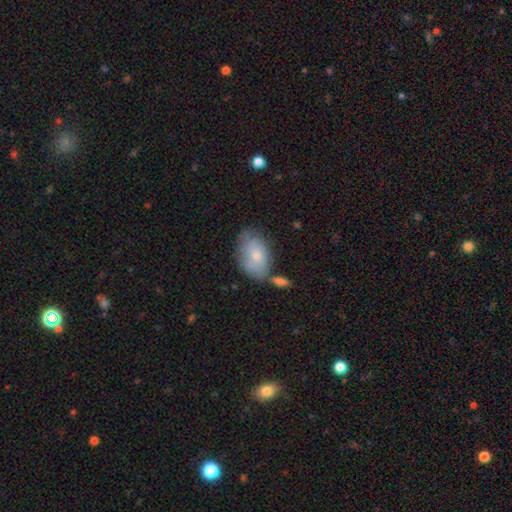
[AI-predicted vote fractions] Q: Smooth or featured?
A: smooth (71%); runner-up: featured or disk (22%)
Q: How rounded?
A: in between (90%); runner-up: round (9%)
Q: Merging?
A: none (54%); runner-up: minor disturbance (25%)